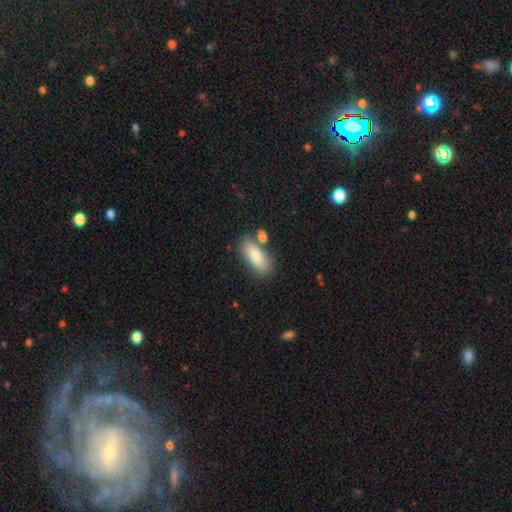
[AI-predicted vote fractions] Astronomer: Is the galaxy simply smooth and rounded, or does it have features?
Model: smooth — 83%.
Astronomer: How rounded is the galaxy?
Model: in between — 83%.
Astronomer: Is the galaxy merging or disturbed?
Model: none — 69%.